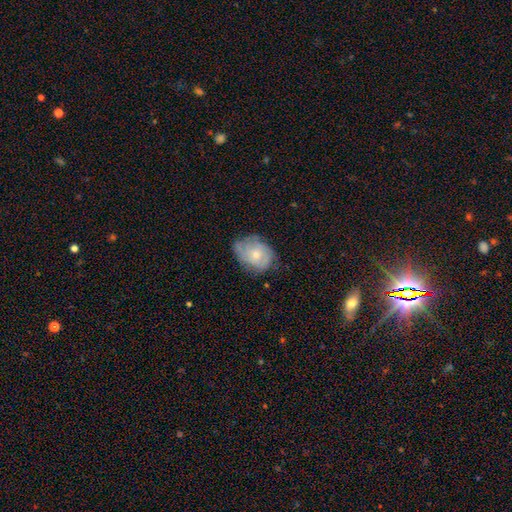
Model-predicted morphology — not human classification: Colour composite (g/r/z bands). It shows a smooth galaxy with no disk features (51%) that is in between round and cigar-shaped (67%). Merging: none (61%).